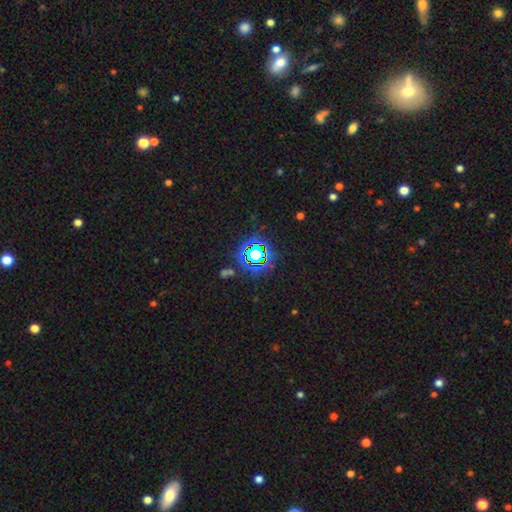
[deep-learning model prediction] smooth-or-featured: star or artifact: 72% | smooth: 16% | featured or disk: 12%